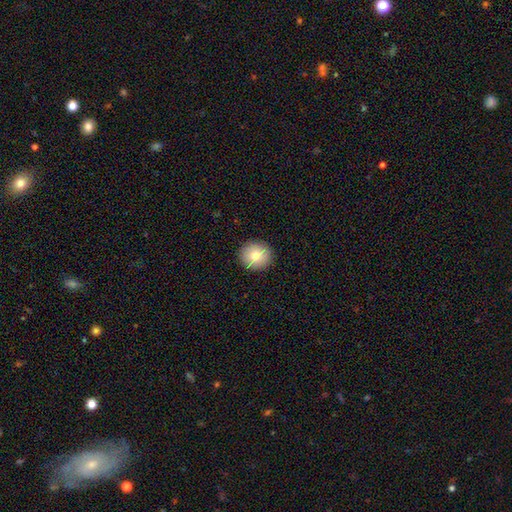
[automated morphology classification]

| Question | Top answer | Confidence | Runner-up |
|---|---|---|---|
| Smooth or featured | smooth | 81% | featured or disk (10%) |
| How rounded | round | 86% | in between (13%) |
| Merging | none | 91% | minor disturbance (7%) |